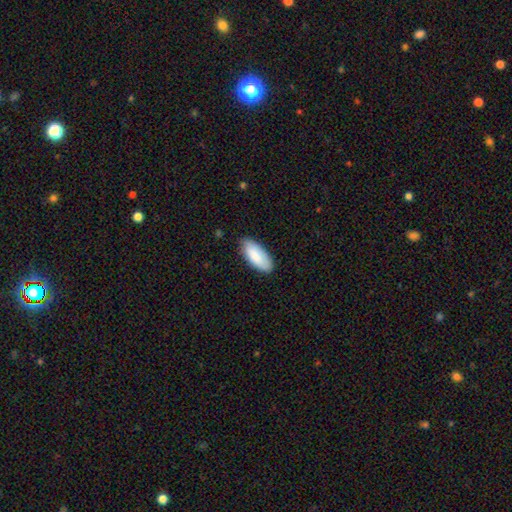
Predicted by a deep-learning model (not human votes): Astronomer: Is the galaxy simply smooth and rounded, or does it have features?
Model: smooth — 86%.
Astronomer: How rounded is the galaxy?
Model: in between — 86%.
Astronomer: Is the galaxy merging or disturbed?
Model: none — 82%.